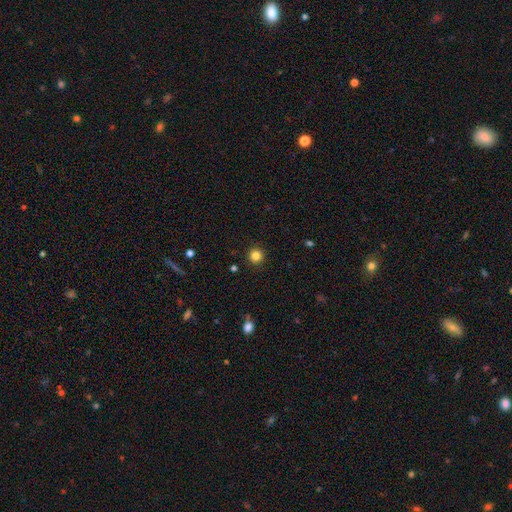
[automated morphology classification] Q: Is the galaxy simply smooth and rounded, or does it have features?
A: smooth — 83%.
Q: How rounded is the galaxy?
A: round — 95%.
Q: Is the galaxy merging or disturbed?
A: none — 92%.